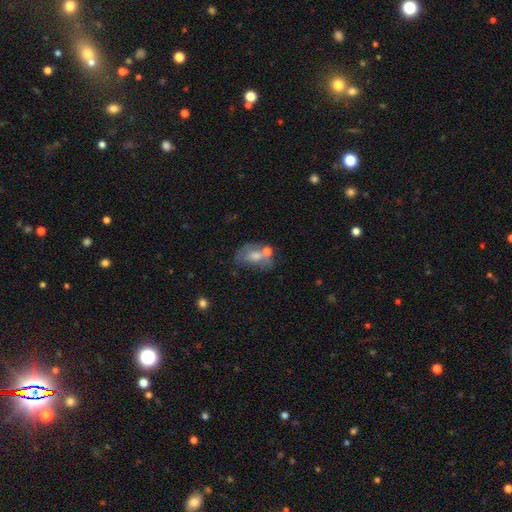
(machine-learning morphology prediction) Q: Smooth or featured?
A: smooth (46%); runner-up: featured or disk (40%)
Q: Merging?
A: none (38%); runner-up: merger (26%)